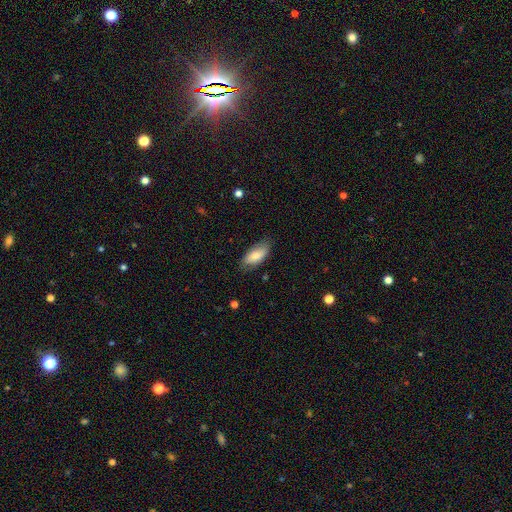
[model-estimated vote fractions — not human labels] This is likely a smooth galaxy (75%). How rounded: clearly in between (89%). Merging: likely none (76%).